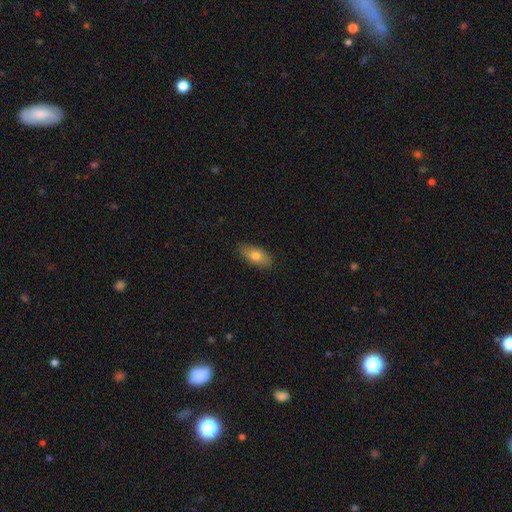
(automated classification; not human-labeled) Q: Smooth or featured?
A: smooth (76%); runner-up: featured or disk (17%)
Q: How rounded?
A: in between (87%); runner-up: cigar-shaped (9%)
Q: Merging?
A: none (84%); runner-up: minor disturbance (13%)